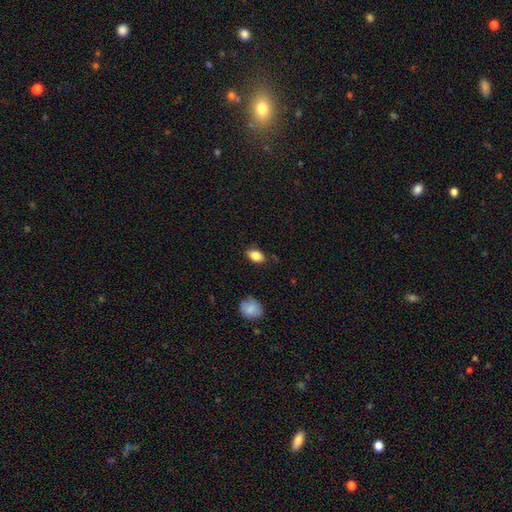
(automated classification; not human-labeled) smooth_or_featured: smooth (p=0.85) [alt: star or artifact p=0.08]
how_rounded: in between (p=0.86) [alt: round p=0.12]
merging: none (p=0.79) [alt: minor disturbance p=0.16]